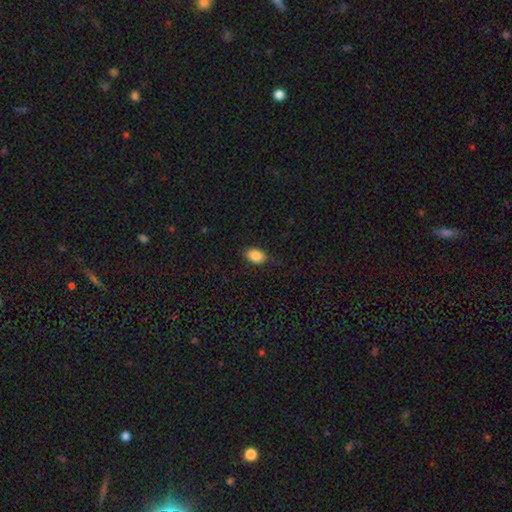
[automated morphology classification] Smooth or featured? smooth (86%)
How rounded? in between (84%)
Merging? none (81%)